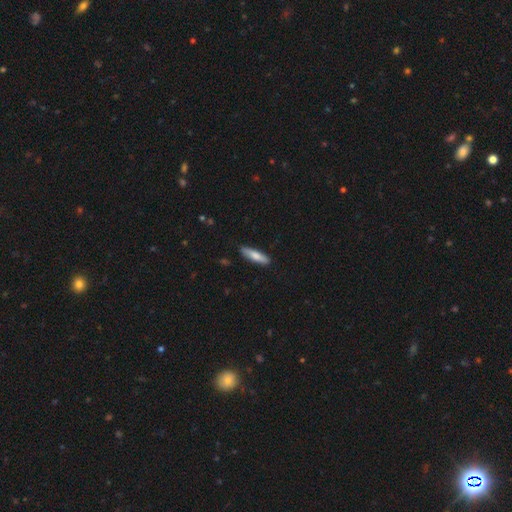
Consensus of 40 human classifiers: smooth_or_featured: smooth (p=0.85) [alt: featured or disk p=0.10]
how_rounded: cigar-shaped (p=0.79) [alt: in between p=0.21]
merging: none (p=0.92) [alt: minor disturbance p=0.05]